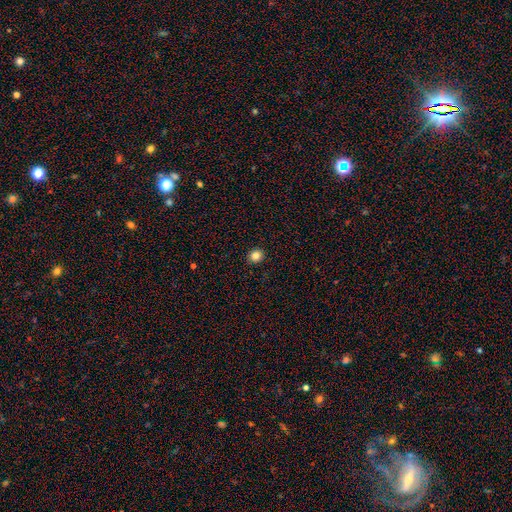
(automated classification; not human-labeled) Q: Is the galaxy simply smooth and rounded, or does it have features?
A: smooth — 83%.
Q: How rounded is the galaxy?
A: round — 74%.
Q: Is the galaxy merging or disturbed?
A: none — 92%.